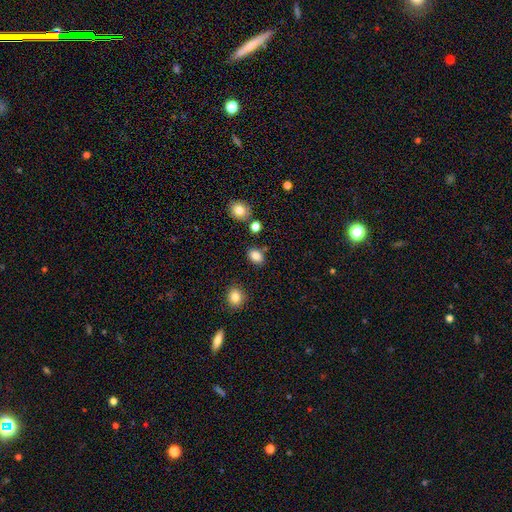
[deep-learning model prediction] The model was most divided on "how rounded": in between: 70%, round: 28%, cigar-shaped: 1%. More confident: smooth or featured — smooth (84%); merging — none (81%).